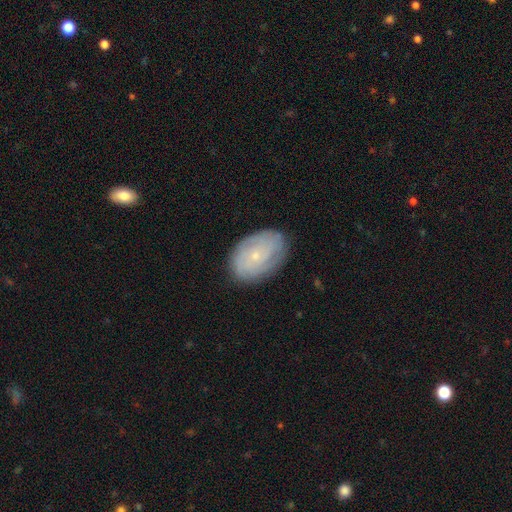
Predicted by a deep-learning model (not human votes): Morphology: type=featured or disk (58%); edge-on=no (95%); bar=no (82%); spiral arms=yes (77%); bulge=small (83%); merging=none (80%).